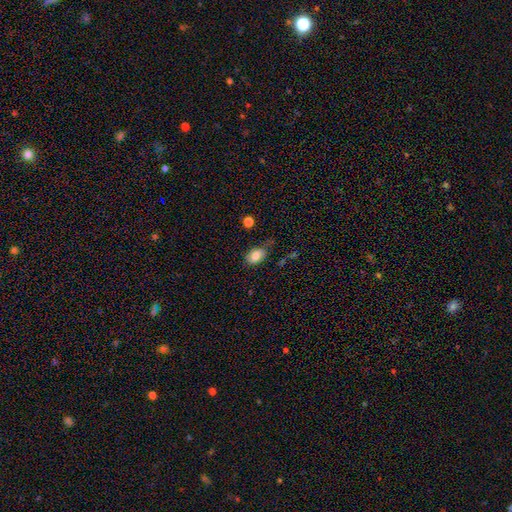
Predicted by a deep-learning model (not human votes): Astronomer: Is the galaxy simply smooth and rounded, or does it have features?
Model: smooth — 80%.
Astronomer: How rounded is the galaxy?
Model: in between — 85%.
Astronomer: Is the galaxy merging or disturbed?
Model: none — 55%.